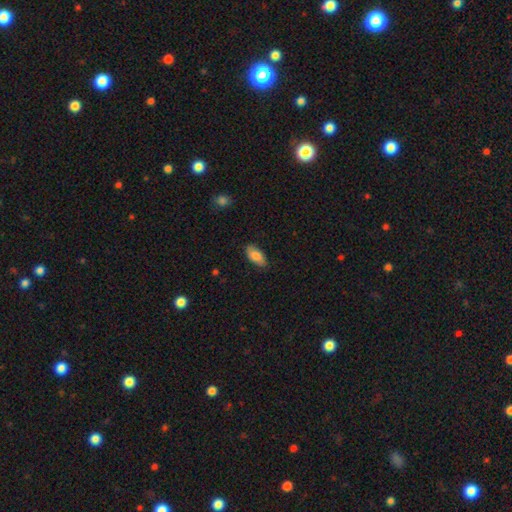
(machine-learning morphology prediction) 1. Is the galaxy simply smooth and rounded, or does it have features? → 84% smooth, 10% featured or disk, 6% star or artifact.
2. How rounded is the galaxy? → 92% in between, 6% cigar-shaped, 2% round.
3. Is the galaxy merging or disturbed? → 84% none, 13% minor disturbance, 2% major disturbance, 1% merger.